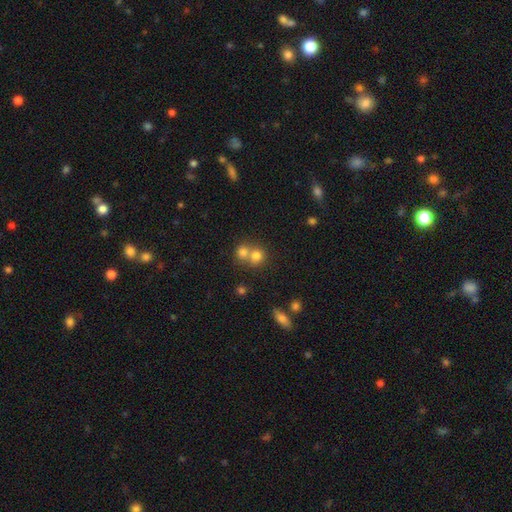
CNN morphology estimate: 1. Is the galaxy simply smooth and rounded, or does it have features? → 76% smooth, 13% star or artifact, 12% featured or disk.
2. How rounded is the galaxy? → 82% round, 16% in between, 1% cigar-shaped.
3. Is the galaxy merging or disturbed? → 52% merger, 39% none, 6% minor disturbance, 3% major disturbance.